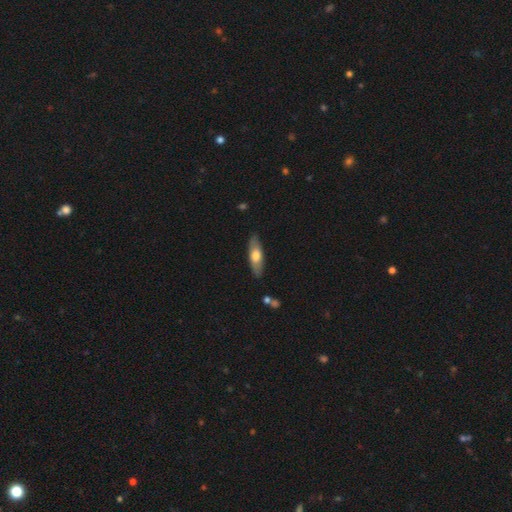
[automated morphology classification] A smooth galaxy with no disk features (58%) that is in between round and cigar-shaped (51%).

Vote fractions:
- Smooth or featured? smooth: 58% / featured or disk: 37% / star or artifact: 5%
- How rounded? in between: 51% / cigar-shaped: 46% / round: 2%
- Merging? none: 84% / minor disturbance: 12% / major disturbance: 2% / merger: 2%